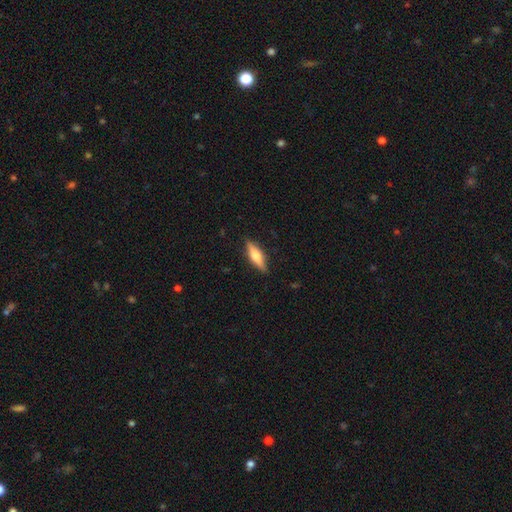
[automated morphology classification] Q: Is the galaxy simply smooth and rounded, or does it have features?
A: smooth — 49%.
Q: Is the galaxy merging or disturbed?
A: none — 86%.